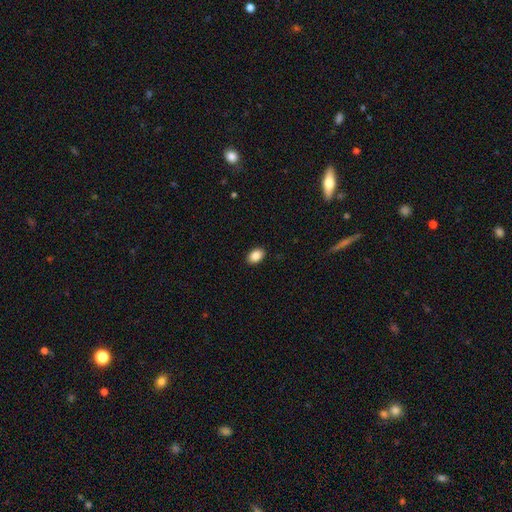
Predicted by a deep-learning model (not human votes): Smooth or featured? smooth (88%)
How rounded? in between (85%)
Merging? none (90%)